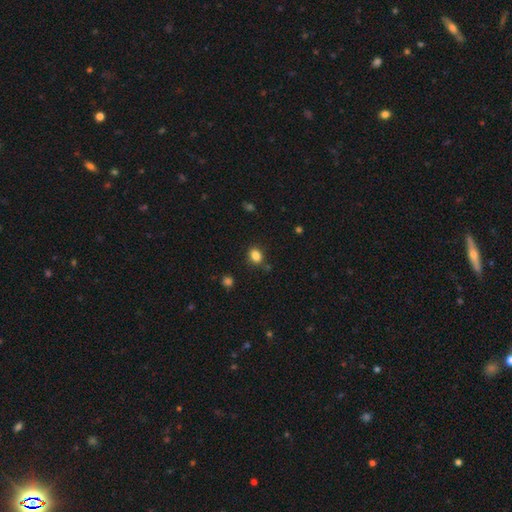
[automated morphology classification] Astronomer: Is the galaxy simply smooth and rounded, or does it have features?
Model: smooth — 84%.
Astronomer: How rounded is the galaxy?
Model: in between — 56% (runner-up: round, 43%).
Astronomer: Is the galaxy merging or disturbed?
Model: none — 80%.